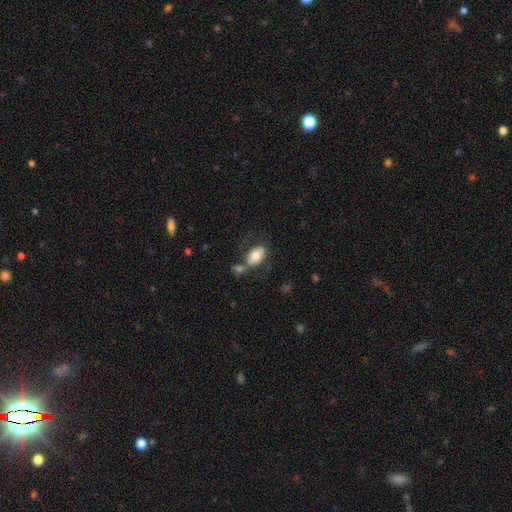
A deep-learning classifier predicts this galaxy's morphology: A smooth galaxy with no disk features (67%) that is in between round and cigar-shaped (90%).

Vote fractions:
- Smooth or featured? smooth: 67% / featured or disk: 26% / star or artifact: 7%
- How rounded? in between: 90% / round: 8% / cigar-shaped: 2%
- Merging? none: 44% / merger: 28% / minor disturbance: 17% / major disturbance: 11%